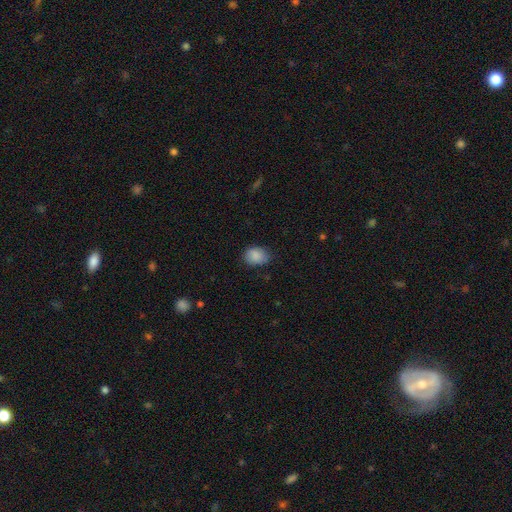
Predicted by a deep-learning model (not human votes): A smooth galaxy with no disk features (87%) that is in between round and cigar-shaped (58%).

Vote fractions:
- Smooth or featured? smooth: 87% / star or artifact: 8% / featured or disk: 5%
- How rounded? in between: 58% / round: 41% / cigar-shaped: 1%
- Merging? none: 72% / minor disturbance: 23% / major disturbance: 4% / merger: 1%